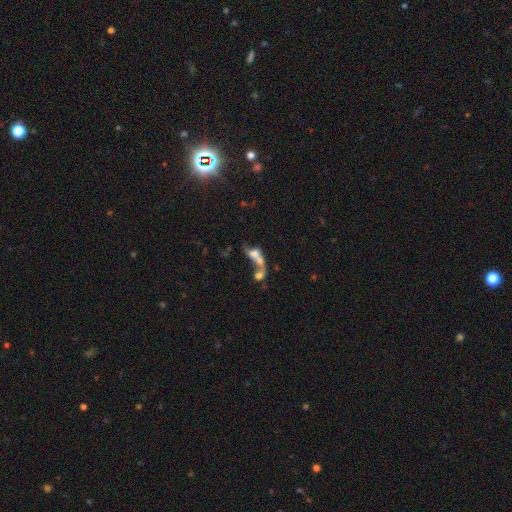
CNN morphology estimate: smooth_or_featured: featured or disk (p=0.46) [alt: smooth p=0.39]
merging: merger (p=0.70) [alt: major disturbance p=0.14]